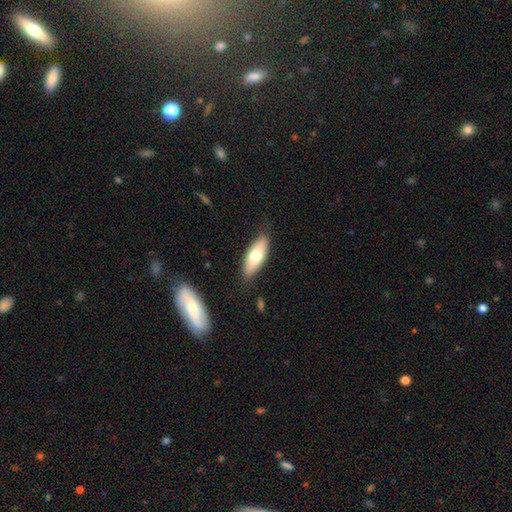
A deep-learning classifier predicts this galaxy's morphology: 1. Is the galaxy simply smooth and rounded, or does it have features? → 68% smooth, 27% featured or disk, 6% star or artifact.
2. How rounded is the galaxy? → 76% in between, 22% cigar-shaped, 2% round.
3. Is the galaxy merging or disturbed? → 81% none, 14% minor disturbance, 3% major disturbance, 2% merger.